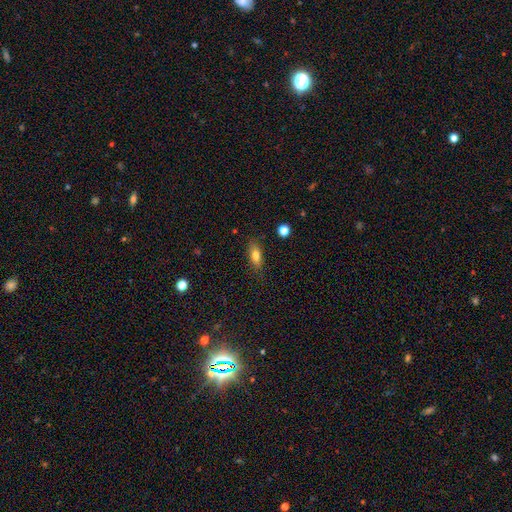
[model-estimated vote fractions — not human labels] A smooth galaxy with no disk features (75%) that is in between round and cigar-shaped (72%).

Vote fractions:
- Smooth or featured? smooth: 75% / featured or disk: 16% / star or artifact: 9%
- How rounded? in between: 72% / cigar-shaped: 24% / round: 4%
- Merging? none: 82% / minor disturbance: 13% / major disturbance: 3% / merger: 1%